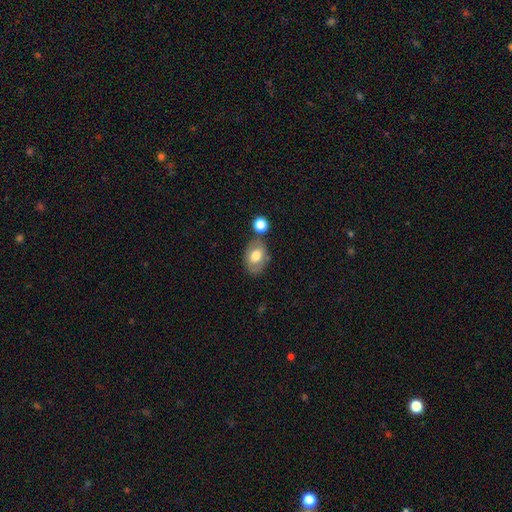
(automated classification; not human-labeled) smooth-or-featured: smooth: 70% | featured or disk: 22% | star or artifact: 8%
  how-rounded: in between: 74% | round: 25% | cigar-shaped: 1%
  merging: none: 67% | minor disturbance: 16% | merger: 12% | major disturbance: 5%